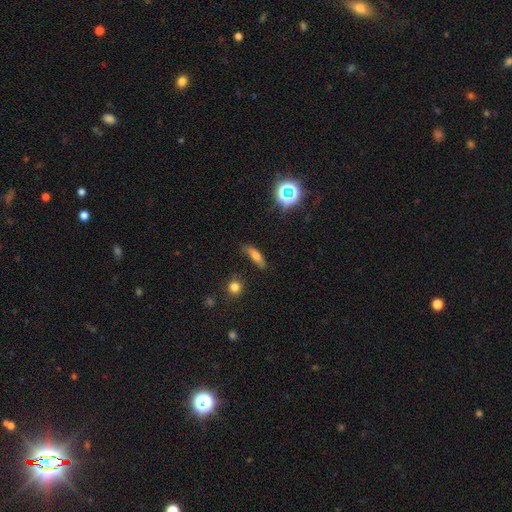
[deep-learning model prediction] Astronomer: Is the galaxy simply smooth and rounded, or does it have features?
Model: smooth — 65%.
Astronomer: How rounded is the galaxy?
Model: cigar-shaped — 56% (runner-up: in between, 38%).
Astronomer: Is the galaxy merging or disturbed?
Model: none — 69%.